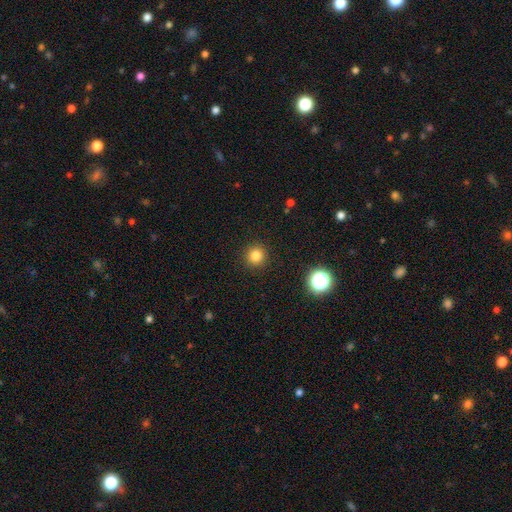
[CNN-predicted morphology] Q: Smooth or featured?
A: smooth (81%); runner-up: star or artifact (14%)
Q: How rounded?
A: round (94%); runner-up: in between (5%)
Q: Merging?
A: none (92%); runner-up: minor disturbance (5%)